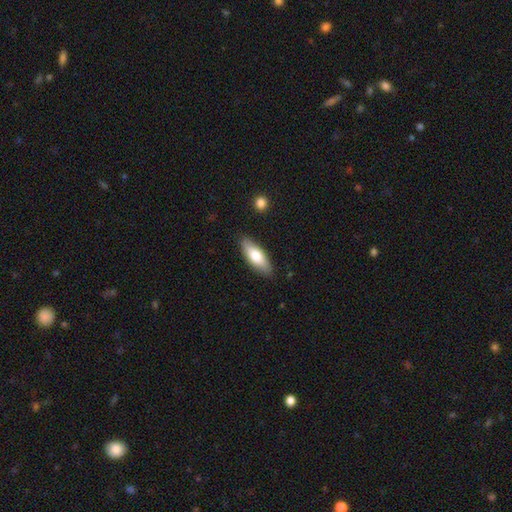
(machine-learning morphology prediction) Smooth or featured: smooth — 72% (featured or disk — 23%)
How rounded: in between — 63% (cigar-shaped — 35%)
Merging: none — 86% (minor disturbance — 10%)